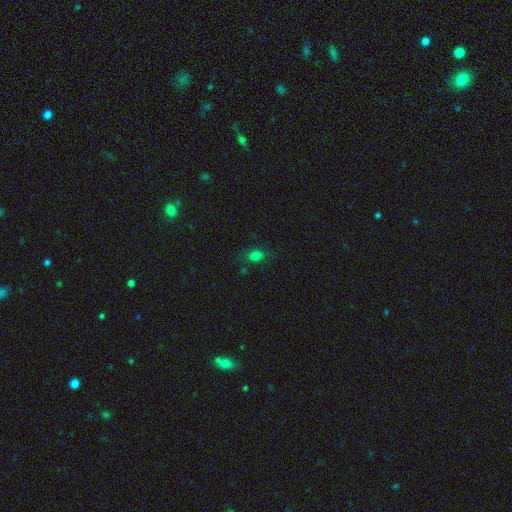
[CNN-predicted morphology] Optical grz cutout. It shows a smooth galaxy with no disk features (74%) that is in between round and cigar-shaped (56%). Merging: none (75%).